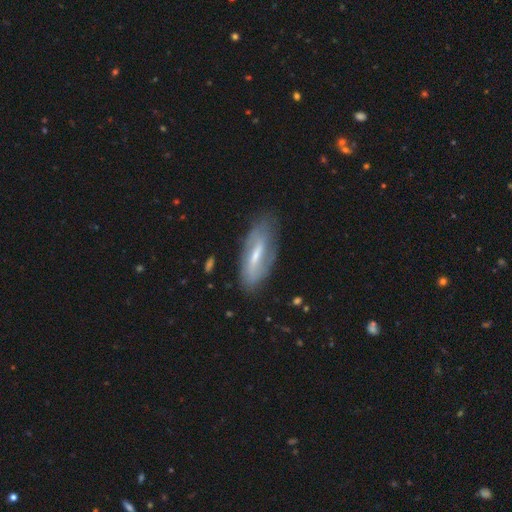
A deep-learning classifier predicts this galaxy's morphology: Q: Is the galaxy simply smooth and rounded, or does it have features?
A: featured or disk — 66%.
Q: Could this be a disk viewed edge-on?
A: no — 79%.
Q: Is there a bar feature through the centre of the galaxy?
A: strong — 45%.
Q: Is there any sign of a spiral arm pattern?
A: yes — 73%.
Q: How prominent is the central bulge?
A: small — 51%.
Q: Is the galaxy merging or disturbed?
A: none — 76%.